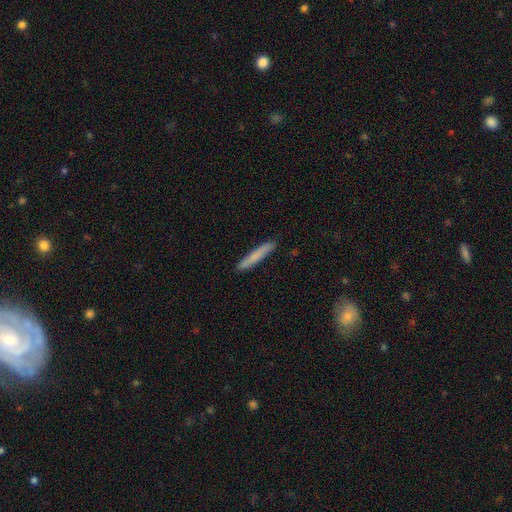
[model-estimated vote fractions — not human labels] The model was most divided on "smooth or featured": smooth: 76%, featured or disk: 19%, star or artifact: 6%. More confident: how rounded — cigar-shaped (96%); merging — none (90%).